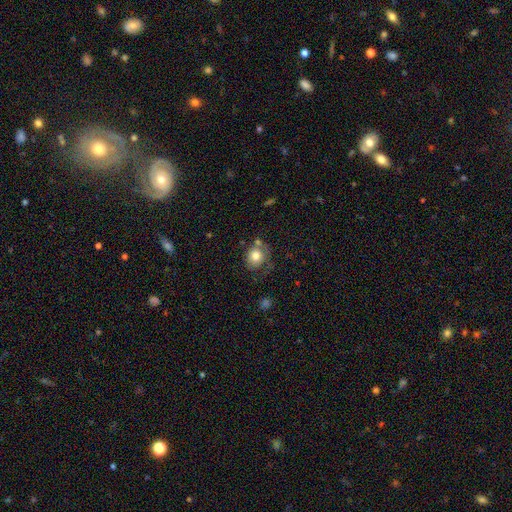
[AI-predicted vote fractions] A smooth galaxy with no disk features (75%) that is round (75%). Merging: none (55%).